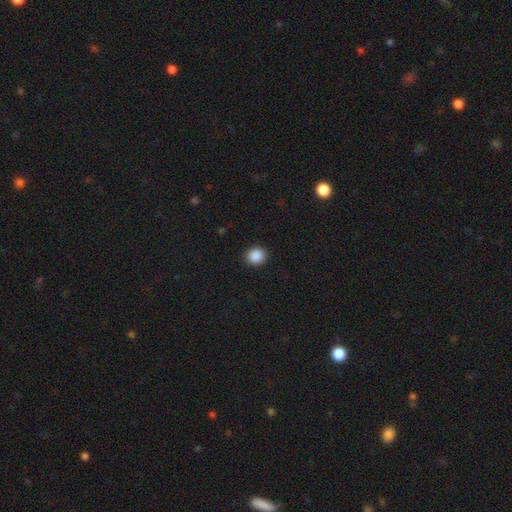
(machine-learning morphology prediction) This is clearly a smooth galaxy (88%). How rounded: likely round (76%). Merging: clearly none (90%).